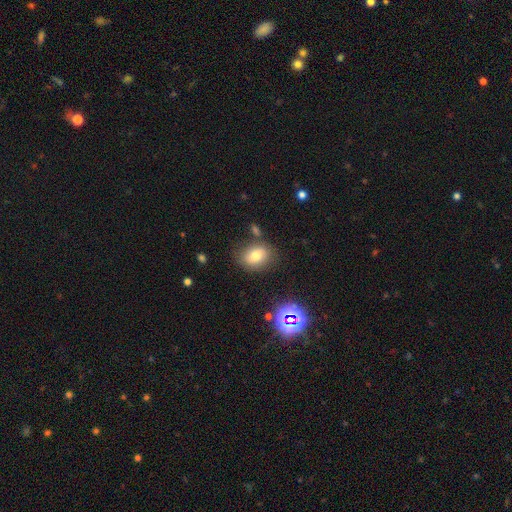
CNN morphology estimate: smooth_or_featured: smooth (p=0.73) [alt: featured or disk p=0.14]
how_rounded: in between (p=0.65) [alt: round p=0.34]
merging: none (p=0.75) [alt: minor disturbance p=0.15]